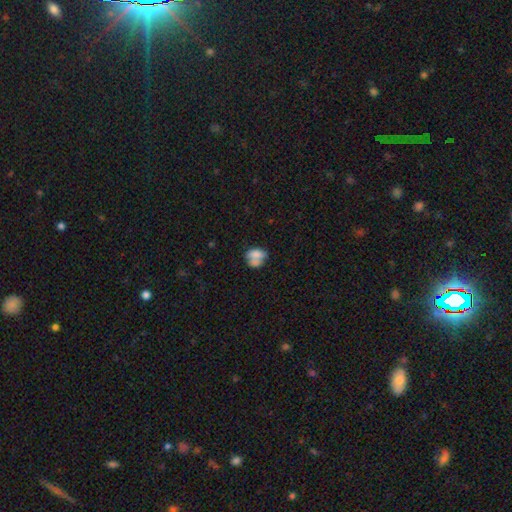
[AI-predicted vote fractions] Smooth or featured?
  - smooth: 69% *
  - featured or disk: 22%
  - star or artifact: 9%
How rounded?
  - in between: 69% *
  - round: 29%
  - cigar-shaped: 2%
Merging?
  - merger: 43% *
  - none: 30%
  - minor disturbance: 17%
  - major disturbance: 10%